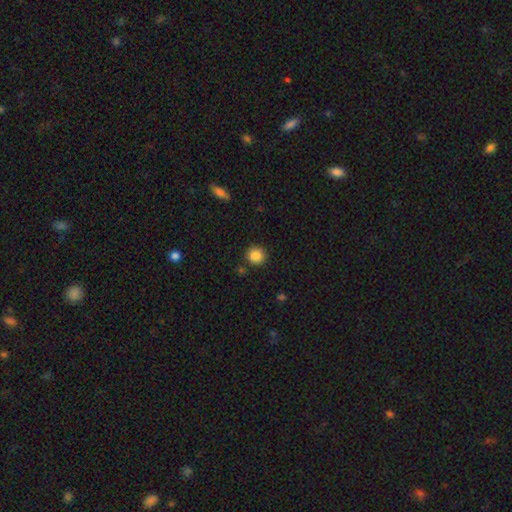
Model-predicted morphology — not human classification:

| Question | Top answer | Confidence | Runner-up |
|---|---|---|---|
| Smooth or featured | smooth | 86% | star or artifact (10%) |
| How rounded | round | 93% | in between (6%) |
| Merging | none | 88% | minor disturbance (7%) |